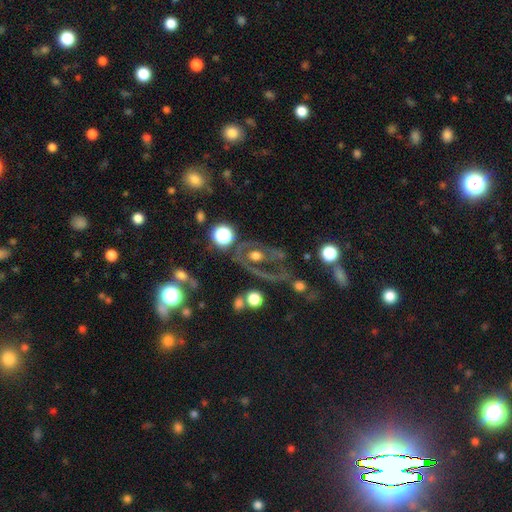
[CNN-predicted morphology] Q: Smooth or featured?
A: featured or disk (57%); runner-up: smooth (28%)
Q: Edge-on disk?
A: no (91%); runner-up: yes (9%)
Q: Bar?
A: no (83%); runner-up: weak (12%)
Q: Spiral arms?
A: no (63%); runner-up: yes (37%)
Q: Bulge size?
A: moderate (52%); runner-up: large (26%)
Q: Merging?
A: none (43%); runner-up: major disturbance (31%)